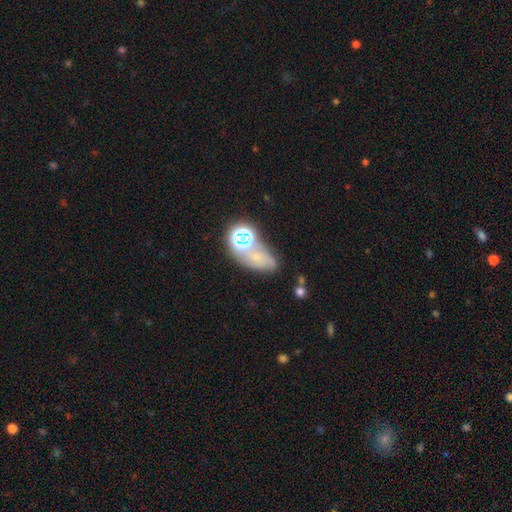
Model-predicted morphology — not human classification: smooth-or-featured: star or artifact: 36% | smooth: 34% | featured or disk: 30%